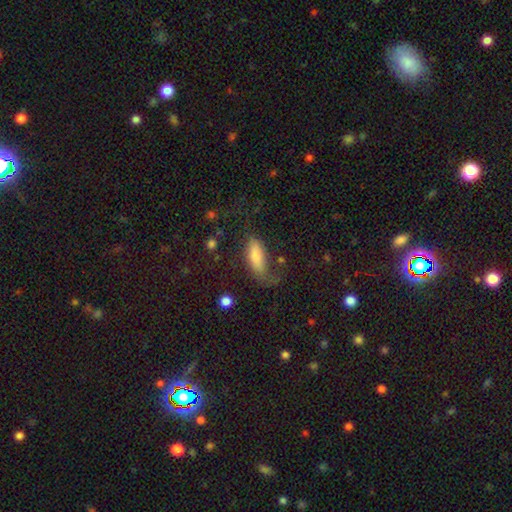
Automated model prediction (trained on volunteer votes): smooth 73%, featured or disk 18%, star or artifact 8%. Down the decision tree: how rounded — in between (73%); merging — none (39%).